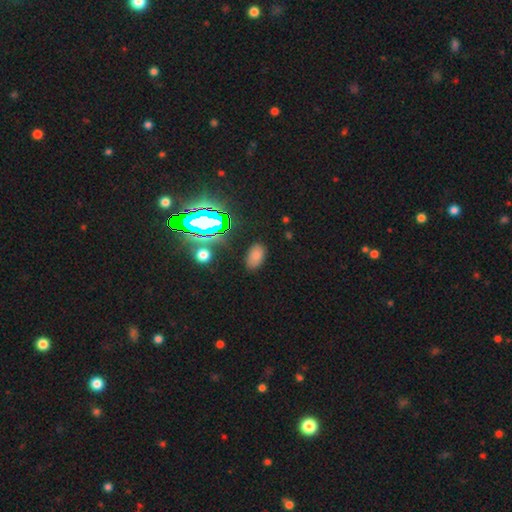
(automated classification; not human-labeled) Smooth or featured?
  - smooth: 70% *
  - star or artifact: 22%
  - featured or disk: 8%
How rounded?
  - in between: 92% *
  - round: 6%
  - cigar-shaped: 2%
Merging?
  - none: 84% *
  - minor disturbance: 11%
  - major disturbance: 3%
  - merger: 2%